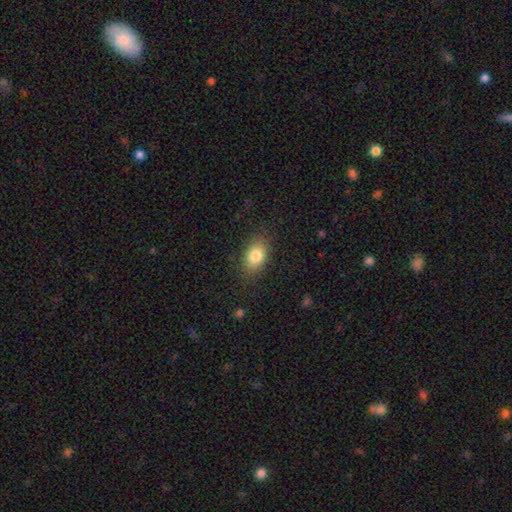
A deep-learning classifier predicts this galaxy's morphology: Smooth or featured? Predicted: smooth (p=0.82). How rounded? Predicted: in between (p=0.81). Merging? Predicted: none (p=0.82).